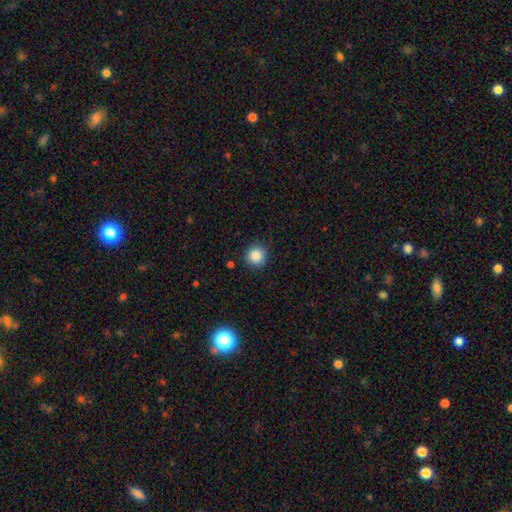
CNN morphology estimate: Smooth or featured: smooth — 85% (star or artifact — 10%)
How rounded: round — 93% (in between — 6%)
Merging: none — 88% (minor disturbance — 8%)